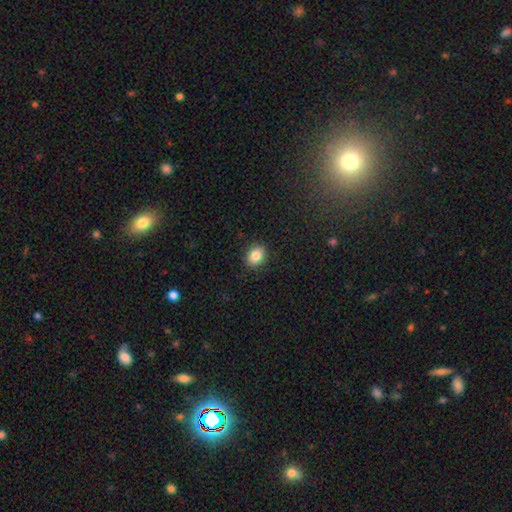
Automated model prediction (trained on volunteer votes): smooth-or-featured: smooth: 85% | star or artifact: 9% | featured or disk: 6%
  how-rounded: in between: 50% | round: 49% | cigar-shaped: 1%
  merging: none: 89% | minor disturbance: 8% | major disturbance: 2% | merger: 1%